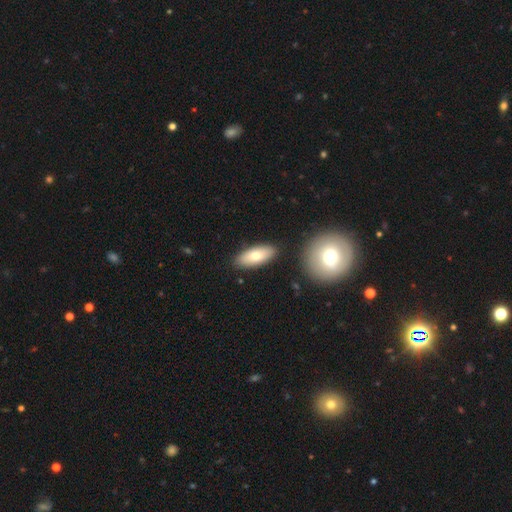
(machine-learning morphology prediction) The model was most divided on "smooth or featured": smooth: 73%, featured or disk: 21%, star or artifact: 6%. More confident: merging — none (85%); how rounded — in between (81%).